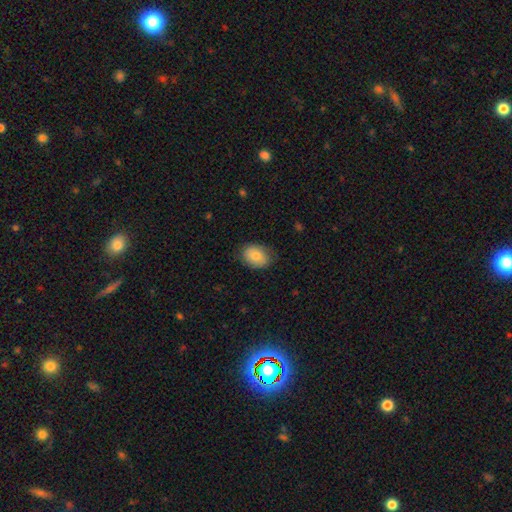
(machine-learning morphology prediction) Smooth or featured: smooth — 80% (featured or disk — 13%)
How rounded: in between — 70% (round — 29%)
Merging: none — 79% (minor disturbance — 17%)